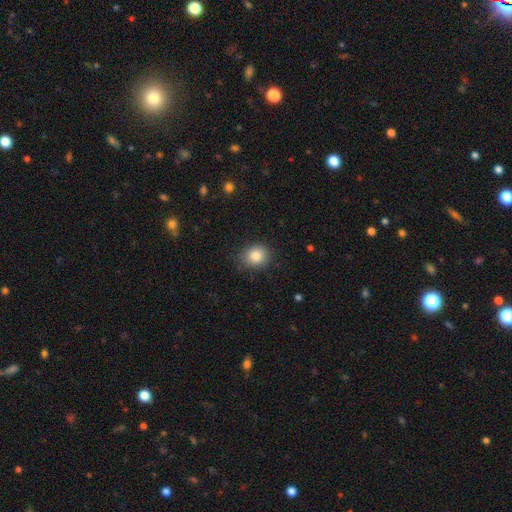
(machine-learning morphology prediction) smooth_or_featured: smooth (p=0.85) [alt: star or artifact p=0.10]
how_rounded: round (p=0.72) [alt: in between p=0.27]
merging: none (p=0.85) [alt: minor disturbance p=0.11]